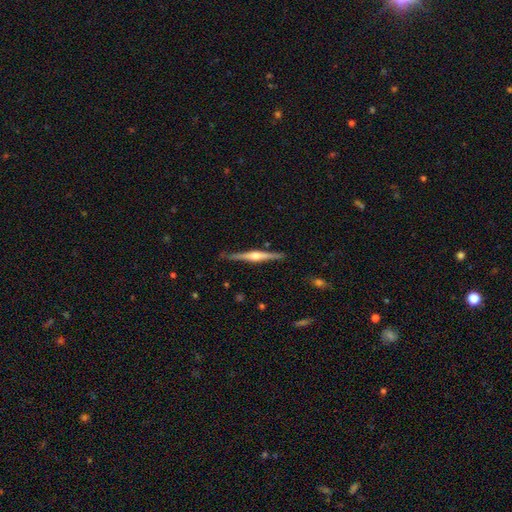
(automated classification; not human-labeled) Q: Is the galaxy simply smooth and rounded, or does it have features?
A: featured or disk — 79%.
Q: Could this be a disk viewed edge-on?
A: yes — 98%.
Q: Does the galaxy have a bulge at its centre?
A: rounded — 90%.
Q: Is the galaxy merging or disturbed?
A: none — 87%.